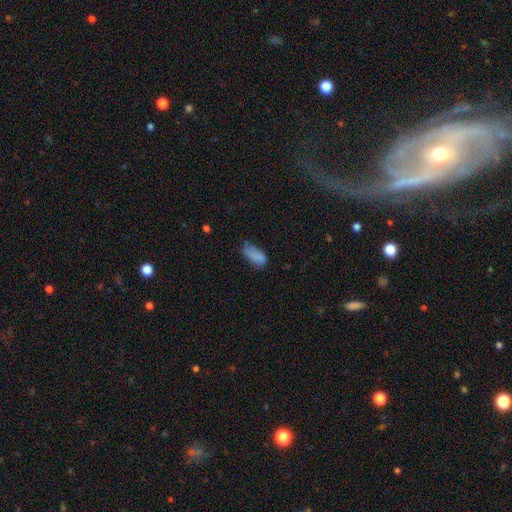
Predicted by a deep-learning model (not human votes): Smooth or featured?
  - smooth: 76% *
  - featured or disk: 14%
  - star or artifact: 10%
How rounded?
  - in between: 91% *
  - cigar-shaped: 5%
  - round: 3%
Merging?
  - minor disturbance: 38% *
  - none: 35%
  - major disturbance: 22%
  - merger: 5%